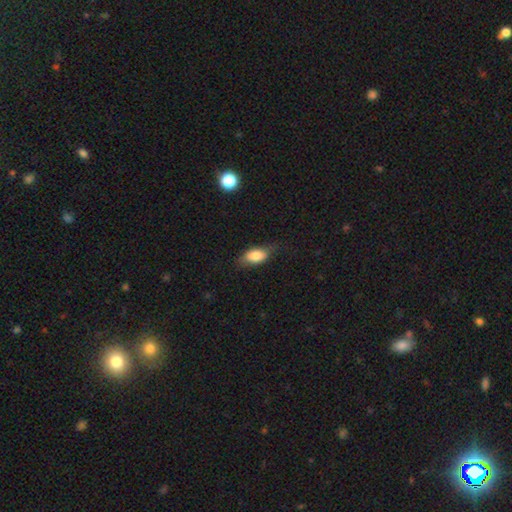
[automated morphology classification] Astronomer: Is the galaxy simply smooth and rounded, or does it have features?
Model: smooth — 77%.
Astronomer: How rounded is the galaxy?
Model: in between — 86%.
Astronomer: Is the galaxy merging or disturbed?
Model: none — 63%.